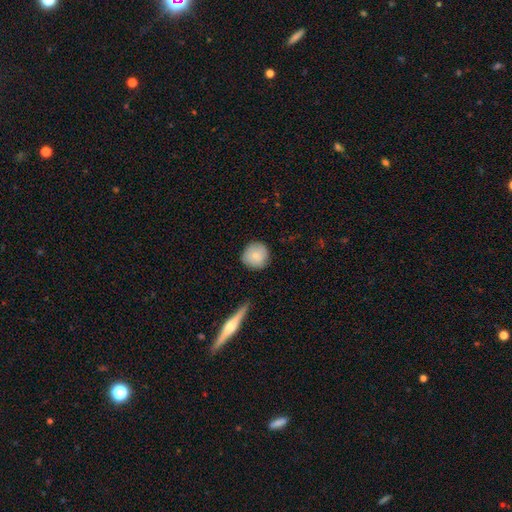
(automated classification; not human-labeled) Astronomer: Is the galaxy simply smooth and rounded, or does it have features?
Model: smooth — 81%.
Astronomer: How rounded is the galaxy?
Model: round — 94%.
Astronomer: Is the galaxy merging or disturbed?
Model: none — 83%.